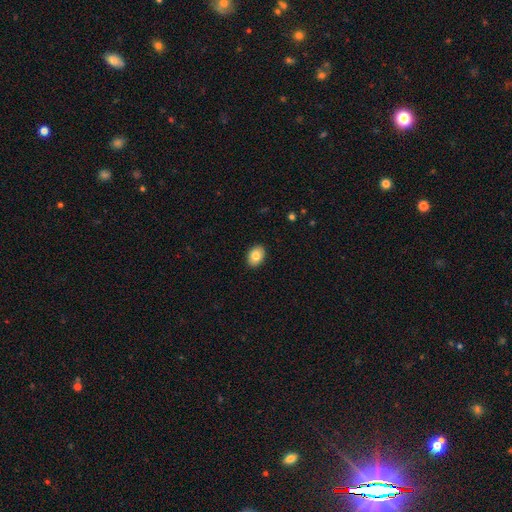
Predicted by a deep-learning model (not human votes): The model was most divided on "how rounded": in between: 78%, round: 21%, cigar-shaped: 1%. More confident: merging — none (91%); smooth or featured — smooth (85%).